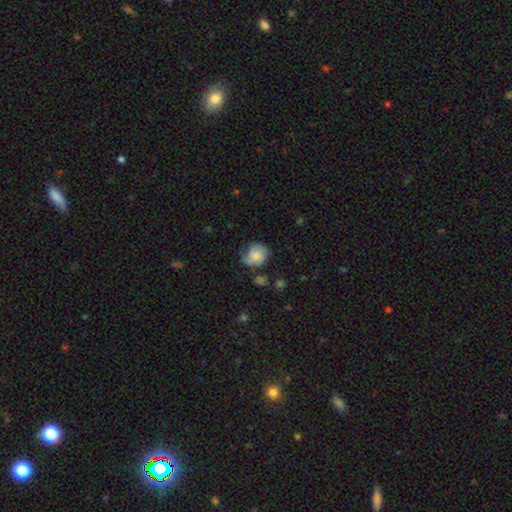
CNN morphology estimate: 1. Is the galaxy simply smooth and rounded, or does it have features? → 60% smooth, 32% featured or disk, 8% star or artifact.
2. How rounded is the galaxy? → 70% round, 30% in between, 1% cigar-shaped.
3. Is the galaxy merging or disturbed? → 50% none, 32% minor disturbance, 15% major disturbance, 4% merger.